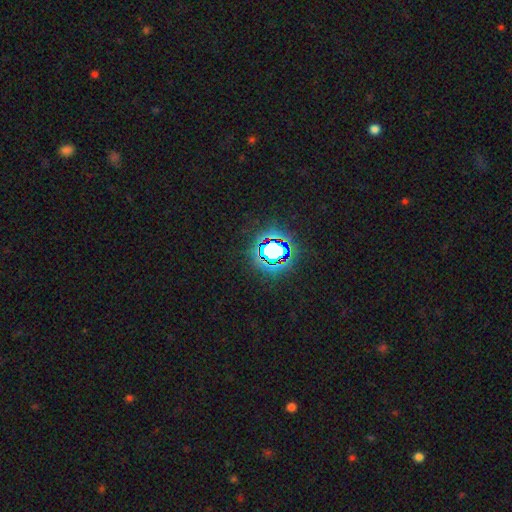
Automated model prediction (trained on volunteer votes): Smooth or featured? Predicted: star or artifact (p=0.81).